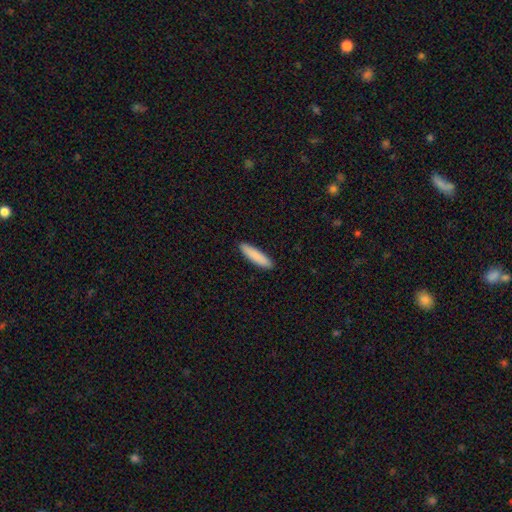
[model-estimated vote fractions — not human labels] Q: Smooth or featured?
A: smooth (87%); runner-up: featured or disk (7%)
Q: How rounded?
A: cigar-shaped (81%); runner-up: in between (17%)
Q: Merging?
A: none (91%); runner-up: minor disturbance (6%)